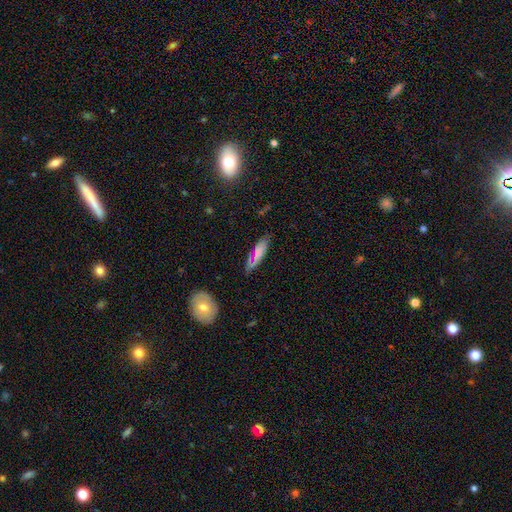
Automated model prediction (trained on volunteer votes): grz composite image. It shows a smooth galaxy with no disk features (66%) that is cigar-shaped (57%). Merging: none (76%).